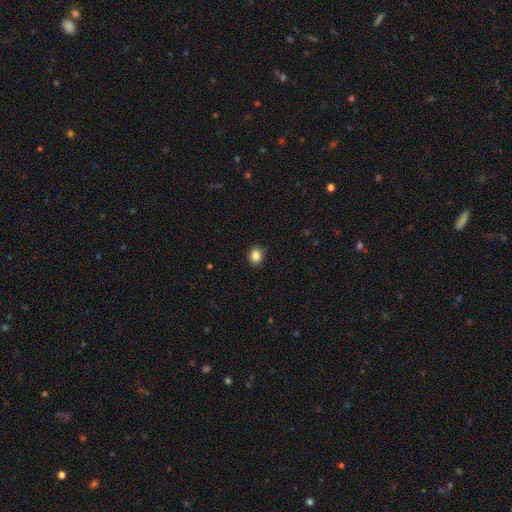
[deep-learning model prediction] This appears to be a smooth galaxy with no disk features (85%) that is round (73%). Merging: none (85%).